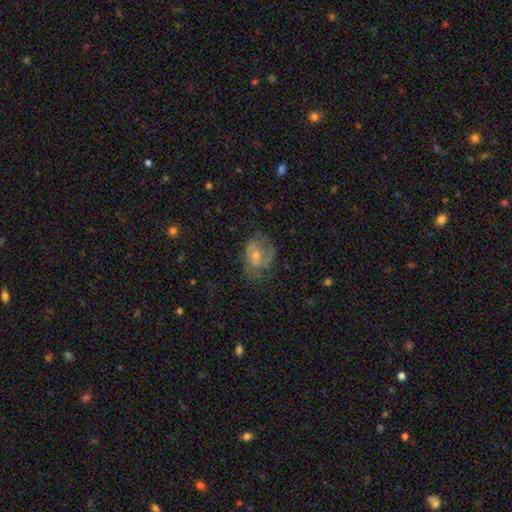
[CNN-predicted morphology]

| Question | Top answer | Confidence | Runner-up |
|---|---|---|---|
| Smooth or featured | featured or disk | 58% | smooth (30%) |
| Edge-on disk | no | 96% | yes (4%) |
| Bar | no | 62% | weak (31%) |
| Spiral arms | yes | 69% | no (31%) |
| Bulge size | small | 54% | moderate (37%) |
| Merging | none | 53% | minor disturbance (23%) |